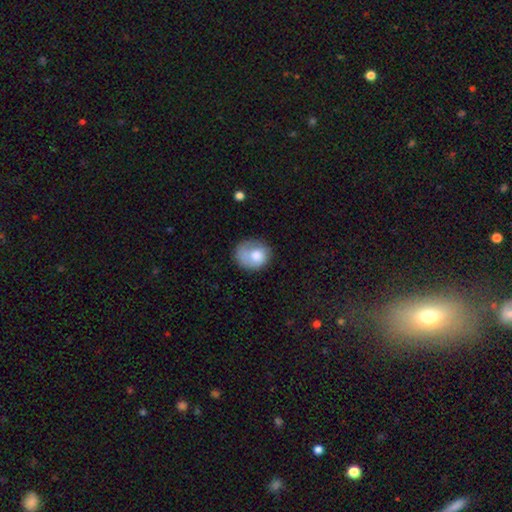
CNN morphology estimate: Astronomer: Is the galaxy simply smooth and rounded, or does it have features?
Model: smooth — 72%.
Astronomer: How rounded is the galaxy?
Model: round — 68%.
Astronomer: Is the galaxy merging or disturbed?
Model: none — 46% (runner-up: minor disturbance, 27%).